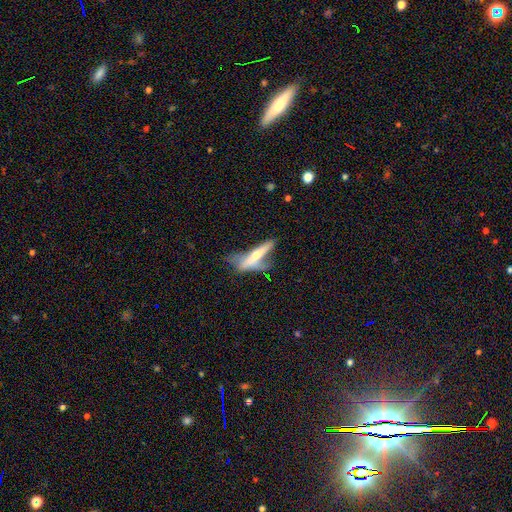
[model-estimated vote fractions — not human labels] Overall: featured or disk (50%; smooth 43%). Merging: none (34%; major disturbance 28%).